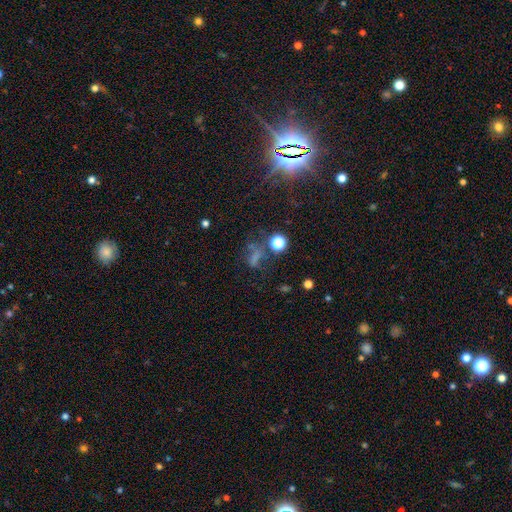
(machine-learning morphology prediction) The model was most divided on "smooth or featured": smooth: 43%, star or artifact: 40%, featured or disk: 17%. Remaining: merging — none (45%).